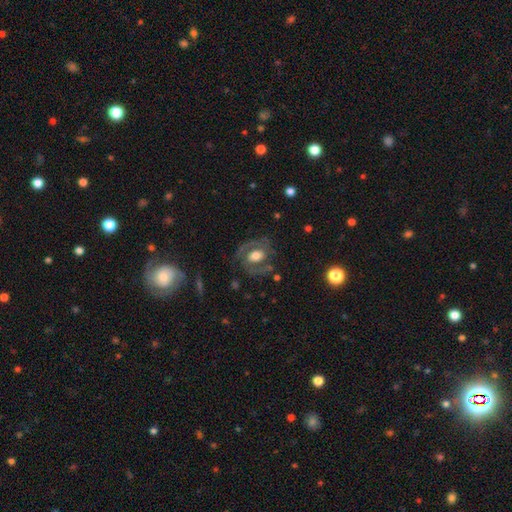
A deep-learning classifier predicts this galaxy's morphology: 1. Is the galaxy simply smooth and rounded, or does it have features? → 66% featured or disk, 27% smooth, 7% star or artifact.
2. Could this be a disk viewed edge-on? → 96% no, 4% yes.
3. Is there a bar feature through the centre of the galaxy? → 50% no, 34% weak, 16% strong.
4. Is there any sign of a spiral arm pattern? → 67% yes, 33% no.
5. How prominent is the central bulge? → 49% moderate, 36% large, 10% small, 3% dominant, 2% none.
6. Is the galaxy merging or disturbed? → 68% none, 17% minor disturbance, 13% major disturbance, 2% merger.